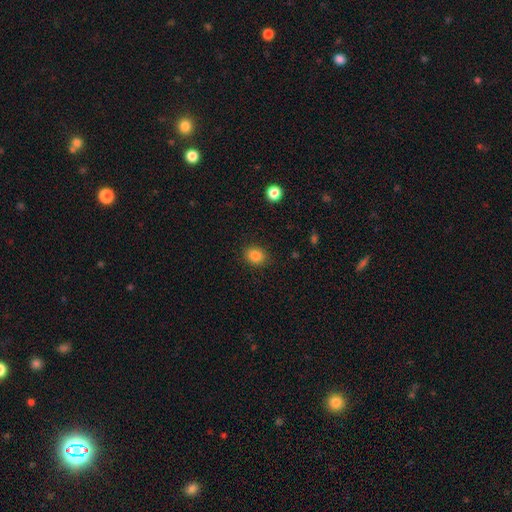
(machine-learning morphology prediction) smooth_or_featured: smooth (p=0.85) [alt: star or artifact p=0.11]
how_rounded: round (p=0.57) [alt: in between p=0.42]
merging: none (p=0.88) [alt: minor disturbance p=0.09]